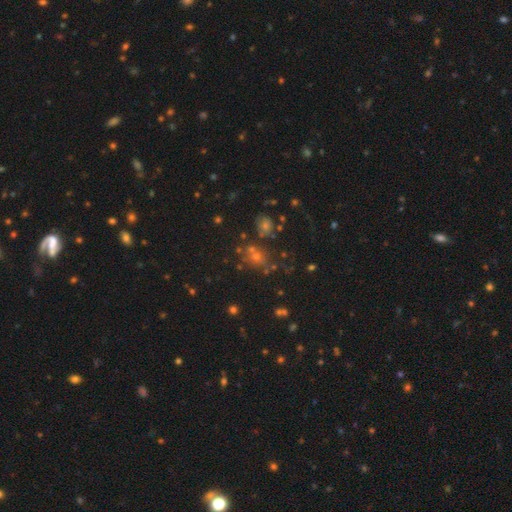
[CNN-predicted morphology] A star or artifact, not a galaxy (45%).

Vote fractions:
- Smooth or featured? star or artifact: 45% / smooth: 41% / featured or disk: 14%